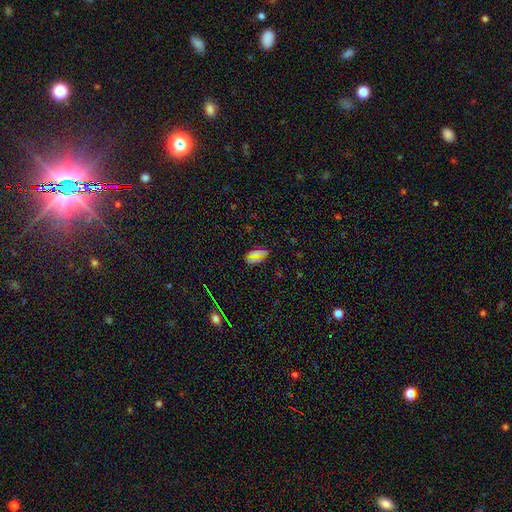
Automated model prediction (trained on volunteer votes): smooth-or-featured: smooth: 62% | star or artifact: 29% | featured or disk: 9%
  how-rounded: in between: 75% | cigar-shaped: 18% | round: 8%
  merging: none: 81% | minor disturbance: 12% | major disturbance: 4% | merger: 2%